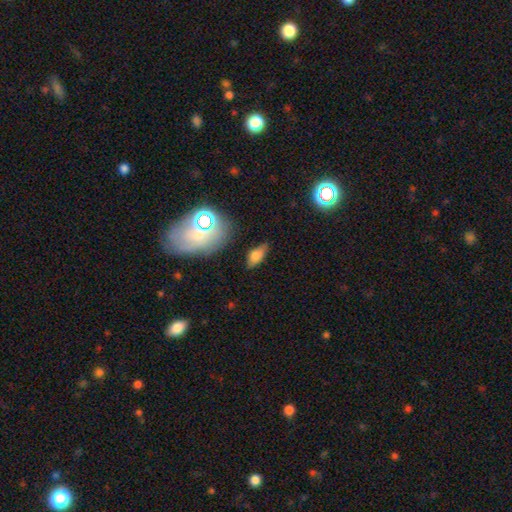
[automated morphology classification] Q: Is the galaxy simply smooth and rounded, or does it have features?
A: smooth — 69%.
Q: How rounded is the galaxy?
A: in between — 82%.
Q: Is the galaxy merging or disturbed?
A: none — 72%.